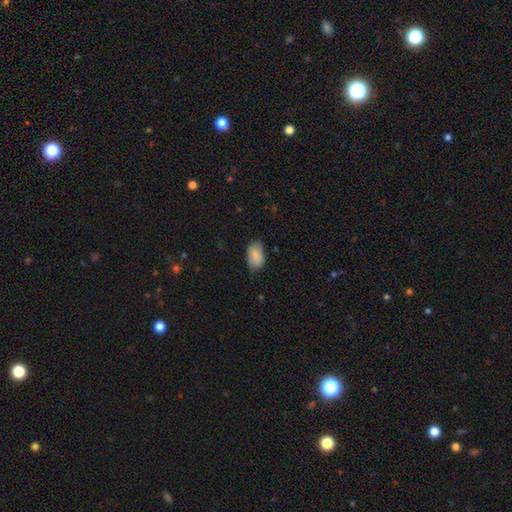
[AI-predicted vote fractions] smooth 84%, featured or disk 9%, star or artifact 7%. Down the decision tree: how rounded — in between (90%); merging — none (72%).